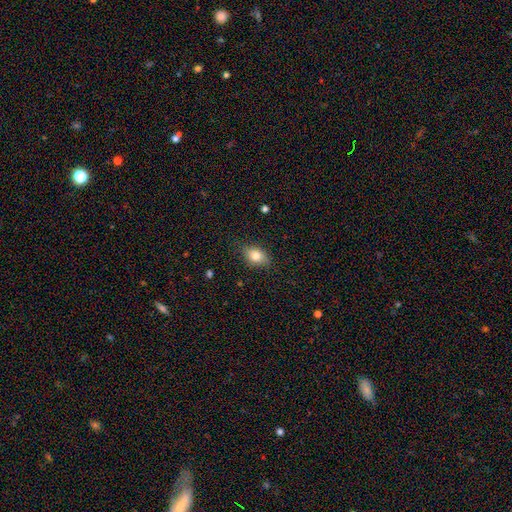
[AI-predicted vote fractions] This is likely a smooth galaxy (79%). How rounded: likely in between (79%). Merging: clearly none (82%).